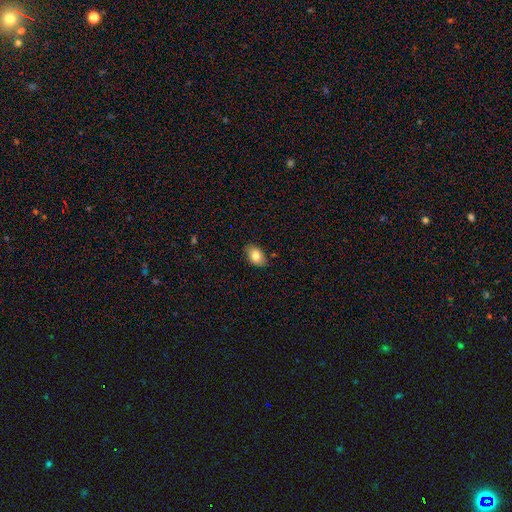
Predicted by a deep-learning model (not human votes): This appears to be a smooth galaxy with no disk features (82%) that is in between round and cigar-shaped (87%). Merging: none (84%).